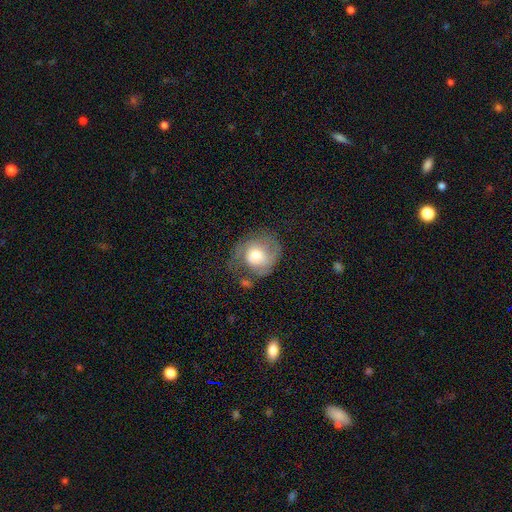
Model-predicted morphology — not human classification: Smooth or featured? smooth (48%)
Merging? none (38%)